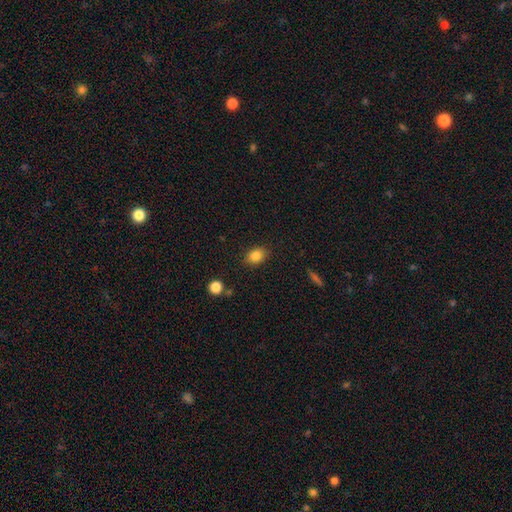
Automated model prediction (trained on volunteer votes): Overall: smooth (83%). How rounded: in between (65%; round 33%). Merging: none (86%).